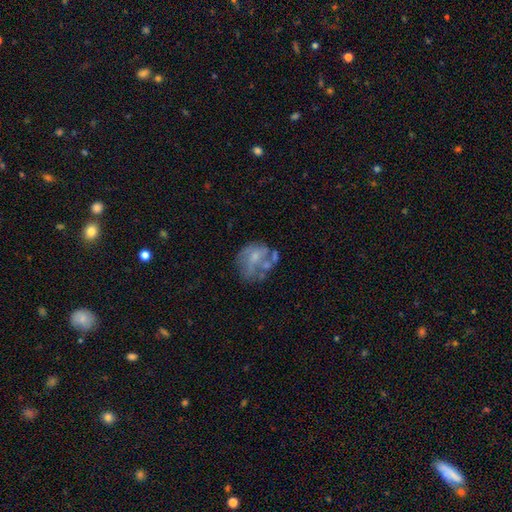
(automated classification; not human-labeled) Morphology: type=featured or disk (60%); edge-on=no (97%); bar=no (69%); spiral arms=no (62%); bulge=small (51%); merging=none (41%).